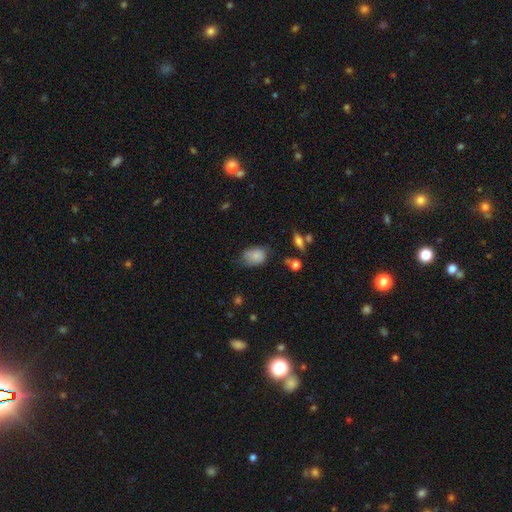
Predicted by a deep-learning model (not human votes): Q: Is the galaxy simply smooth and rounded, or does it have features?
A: smooth — 79%.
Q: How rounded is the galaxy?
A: in between — 78%.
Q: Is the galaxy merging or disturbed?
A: none — 47%.